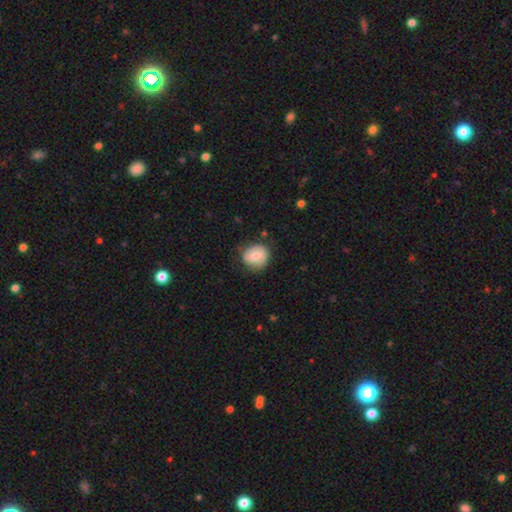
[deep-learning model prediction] Q: Smooth or featured?
A: smooth (68%); runner-up: featured or disk (25%)
Q: How rounded?
A: round (75%); runner-up: in between (24%)
Q: Merging?
A: none (72%); runner-up: minor disturbance (21%)